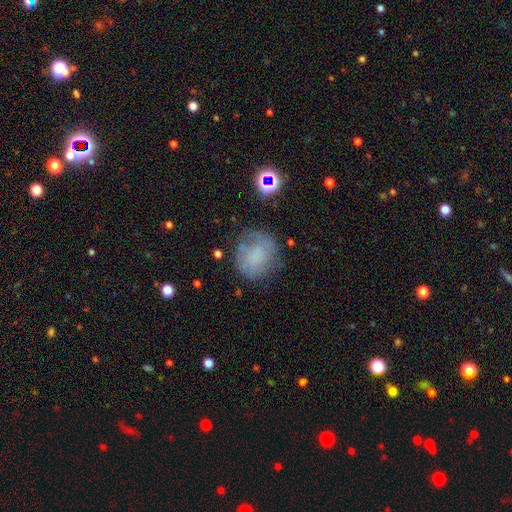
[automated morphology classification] A smooth galaxy with no disk features (62%) that is round (73%). Merging: none (61%).